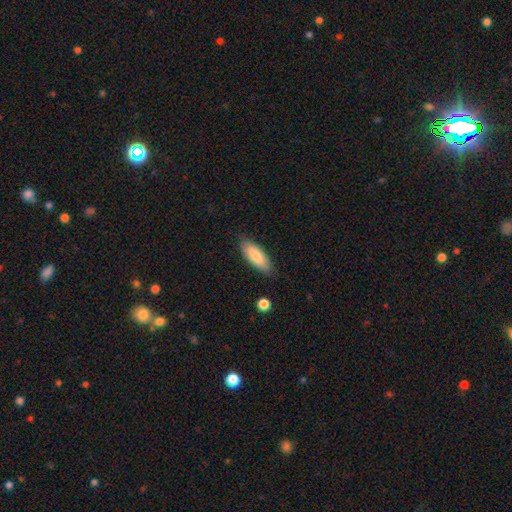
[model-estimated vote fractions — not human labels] Smooth or featured? smooth (80%)
How rounded? in between (66%)
Merging? none (84%)